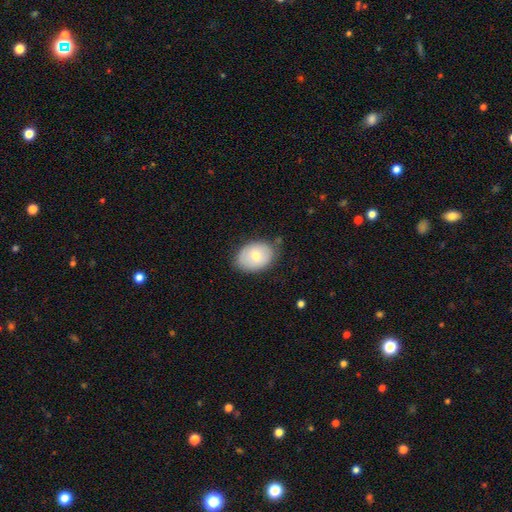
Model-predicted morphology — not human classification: Smooth or featured: smooth — 69% (featured or disk — 24%)
How rounded: in between — 73% (round — 26%)
Merging: none — 75% (minor disturbance — 20%)